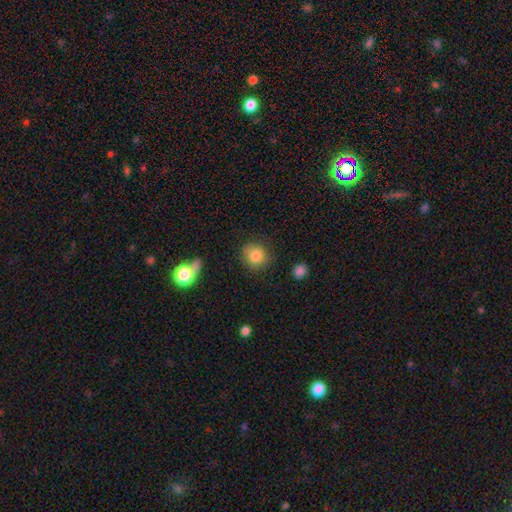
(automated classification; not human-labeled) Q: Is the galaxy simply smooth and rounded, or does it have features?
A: smooth — 83%.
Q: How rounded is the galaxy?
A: round — 88%.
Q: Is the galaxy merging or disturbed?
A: none — 82%.